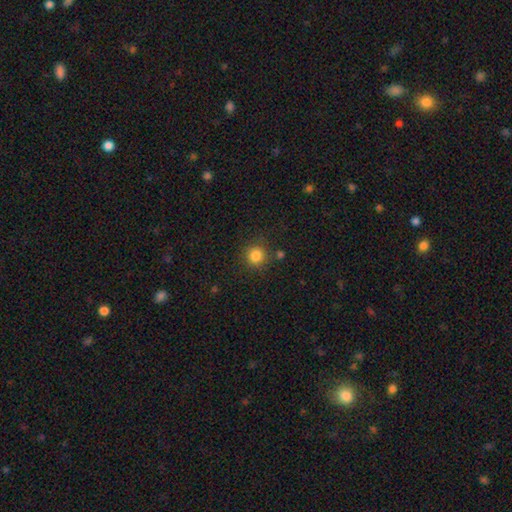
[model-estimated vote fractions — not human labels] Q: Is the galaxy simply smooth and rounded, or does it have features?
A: smooth — 84%.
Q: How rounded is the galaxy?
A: round — 92%.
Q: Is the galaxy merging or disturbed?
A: none — 84%.